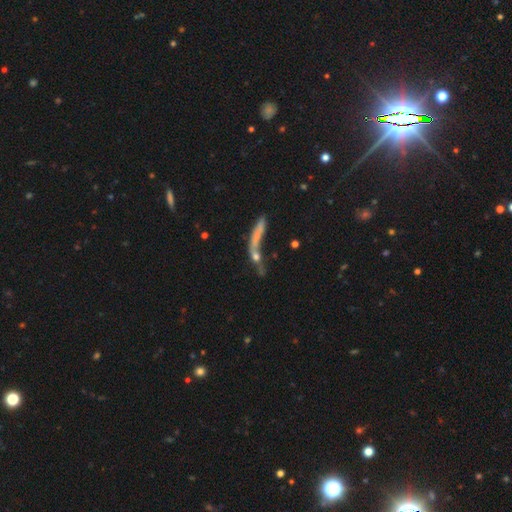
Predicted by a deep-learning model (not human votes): Smooth or featured? Predicted: smooth (p=0.42). Merging? Predicted: none (p=0.36).